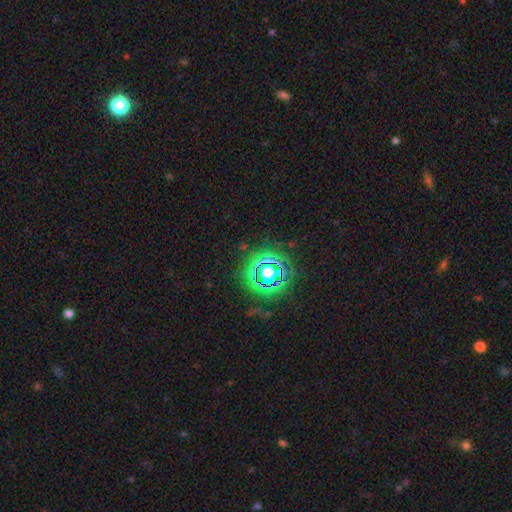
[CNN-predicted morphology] Q: Smooth or featured?
A: star or artifact (82%); runner-up: smooth (11%)